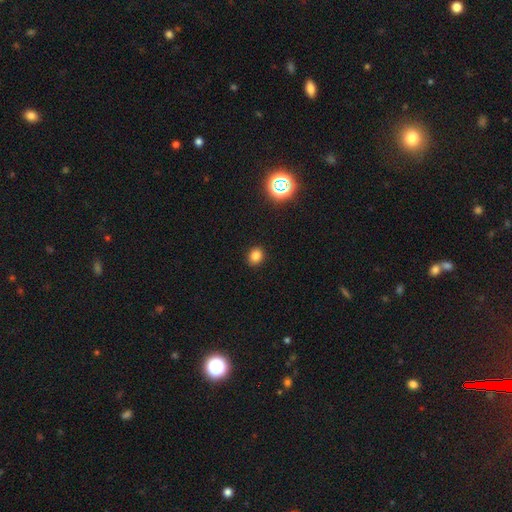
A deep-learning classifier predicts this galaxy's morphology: Smooth or featured? Predicted: smooth (p=0.81). How rounded? Predicted: round (p=0.63). Merging? Predicted: none (p=0.90).